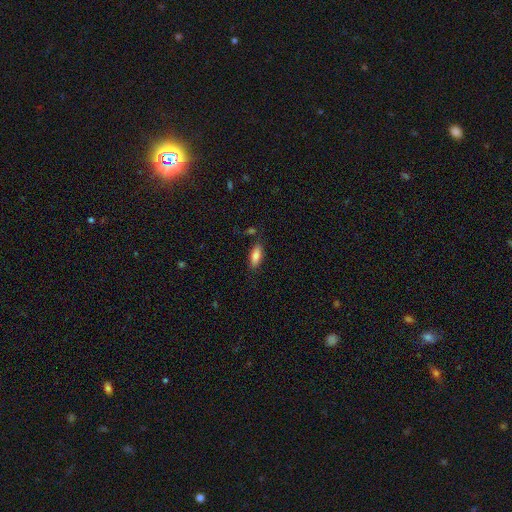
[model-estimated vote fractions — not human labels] Smooth or featured? smooth (81%)
How rounded? in between (71%)
Merging? none (81%)